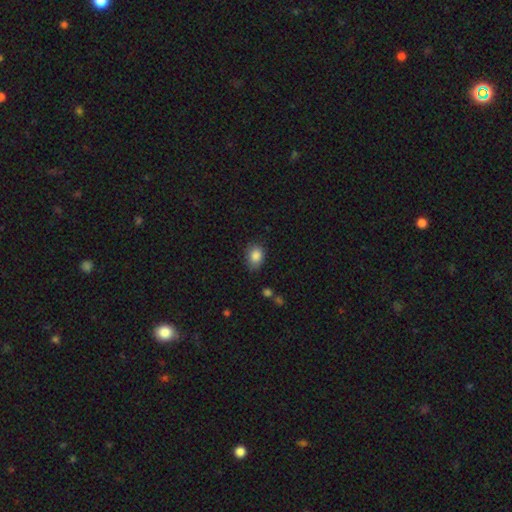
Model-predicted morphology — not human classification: The model was most divided on "how rounded": in between: 62%, round: 37%, cigar-shaped: 1%. More confident: smooth or featured — smooth (86%); merging — none (75%).